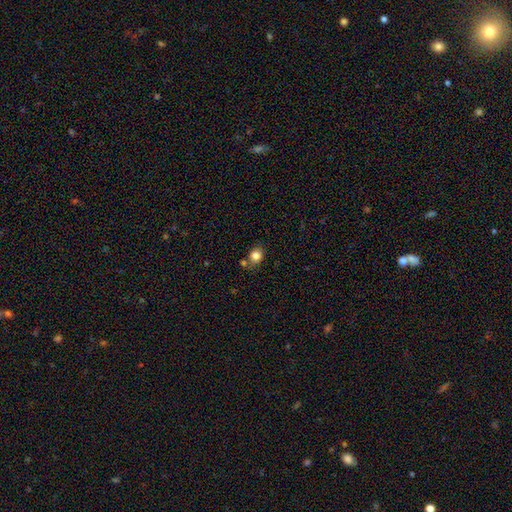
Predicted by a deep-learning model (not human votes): This appears to be a smooth galaxy with no disk features (82%) that is round (55%). Merging: none (64%).